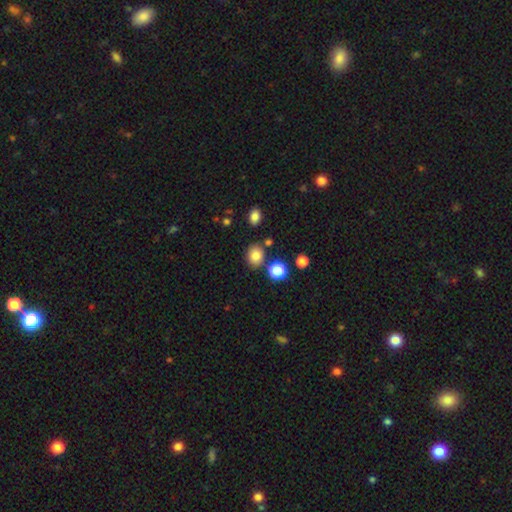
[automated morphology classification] A smooth galaxy with no disk features (81%) that is round (60%).

Vote fractions:
- Smooth or featured? smooth: 81% / star or artifact: 13% / featured or disk: 6%
- How rounded? round: 60% / in between: 39% / cigar-shaped: 1%
- Merging? none: 76% / minor disturbance: 12% / merger: 9% / major disturbance: 3%